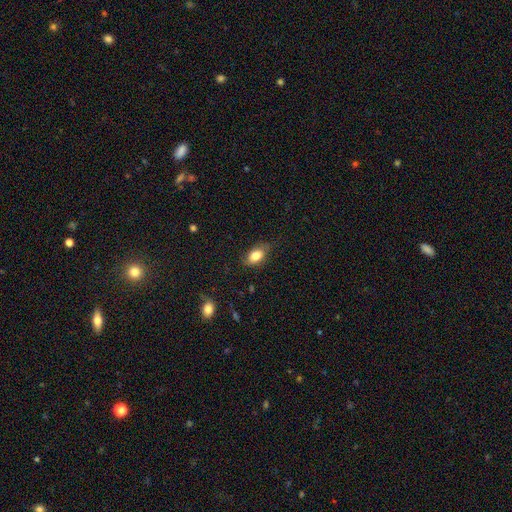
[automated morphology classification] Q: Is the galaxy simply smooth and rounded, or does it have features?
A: smooth — 81%.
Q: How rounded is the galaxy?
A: in between — 89%.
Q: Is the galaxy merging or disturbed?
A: none — 73%.